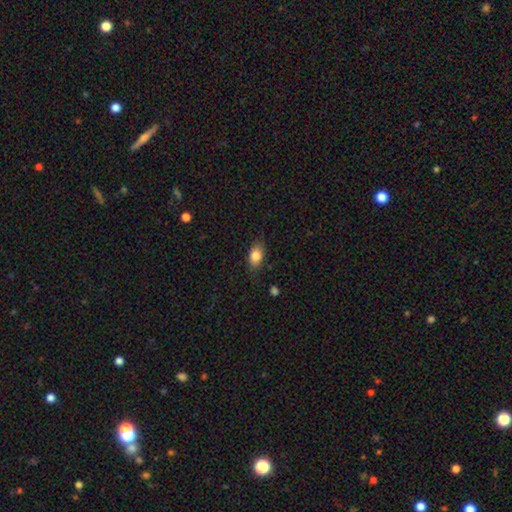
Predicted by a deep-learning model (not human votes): Smooth or featured?
  - smooth: 82% *
  - featured or disk: 10%
  - star or artifact: 8%
How rounded?
  - in between: 84% *
  - round: 11%
  - cigar-shaped: 5%
Merging?
  - none: 78% *
  - minor disturbance: 17%
  - major disturbance: 4%
  - merger: 1%